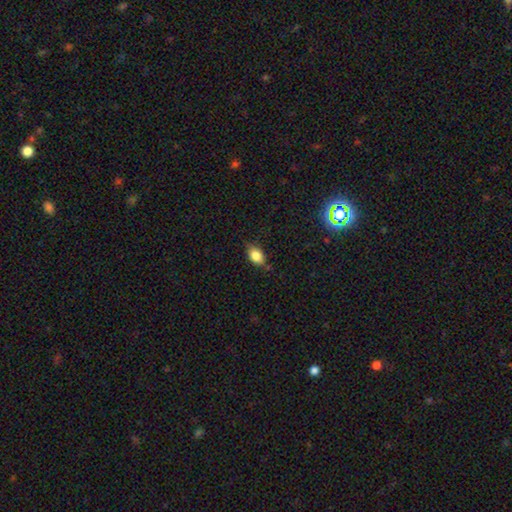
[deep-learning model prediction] smooth-or-featured: smooth: 83% | star or artifact: 9% | featured or disk: 8%
  how-rounded: in between: 82% | round: 15% | cigar-shaped: 2%
  merging: none: 74% | minor disturbance: 21% | major disturbance: 3% | merger: 2%